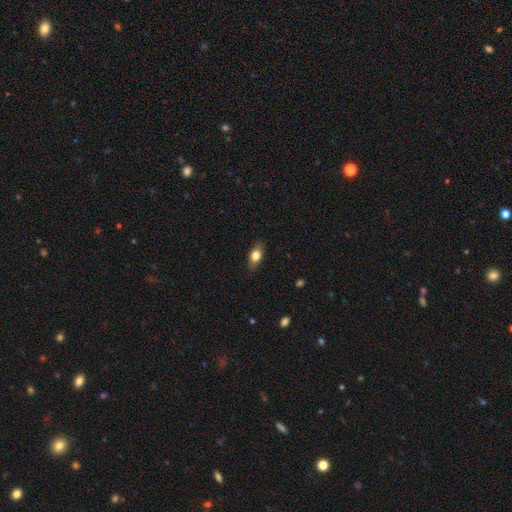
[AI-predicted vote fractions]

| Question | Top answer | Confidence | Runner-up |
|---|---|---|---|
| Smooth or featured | smooth | 74% | featured or disk (19%) |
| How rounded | in between | 80% | round (10%) |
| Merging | none | 84% | minor disturbance (12%) |